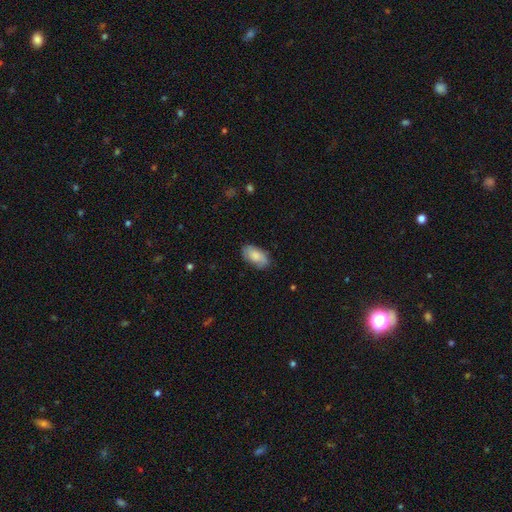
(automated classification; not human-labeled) This is likely a smooth galaxy (78%). How rounded: clearly in between (94%). Merging: likely none (79%).